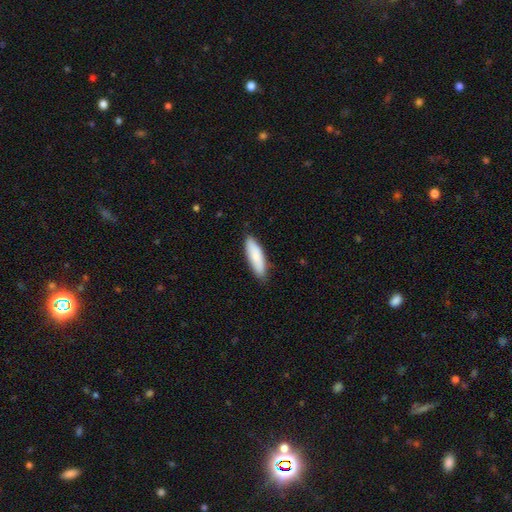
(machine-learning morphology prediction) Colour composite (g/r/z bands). It shows a smooth galaxy with no disk features (82%) that is cigar-shaped (51%). Merging: none (83%).